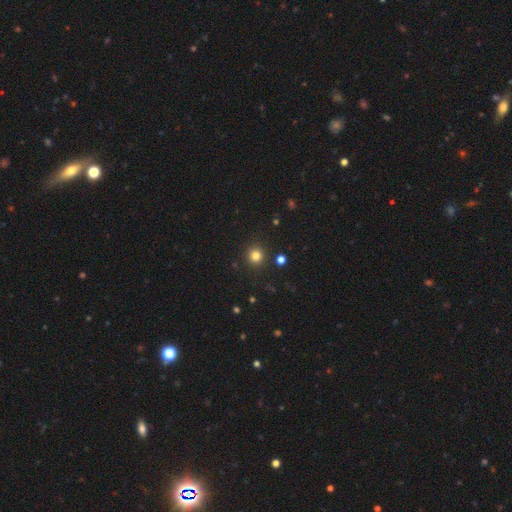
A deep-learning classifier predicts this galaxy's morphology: A smooth galaxy with no disk features (80%) that is round (93%). Merging: none (90%).